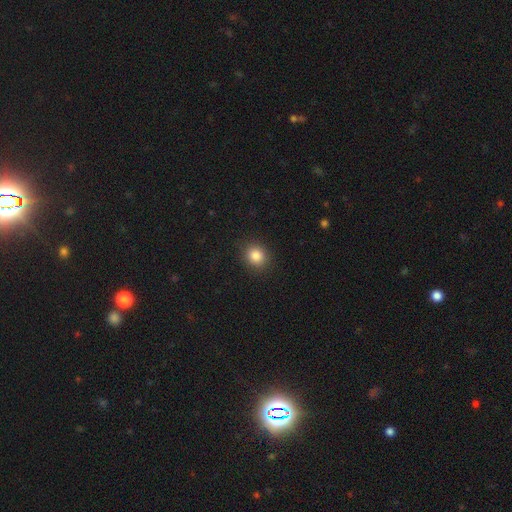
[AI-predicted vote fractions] Smooth or featured? smooth (84%)
How rounded? round (78%)
Merging? none (89%)